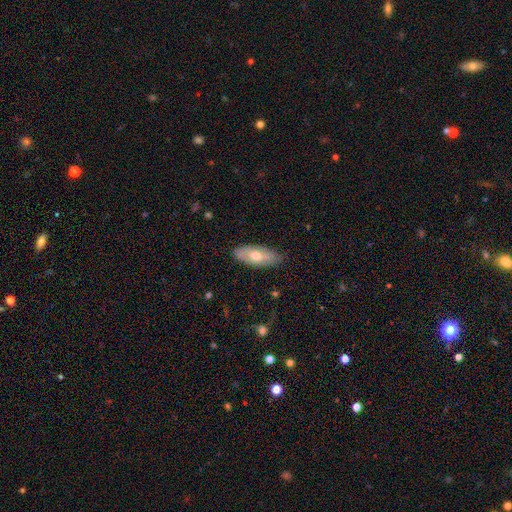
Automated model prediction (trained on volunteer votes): The model was most divided on "smooth or featured": smooth: 58%, featured or disk: 36%, star or artifact: 6%. More confident: merging — none (82%); how rounded — in between (82%).